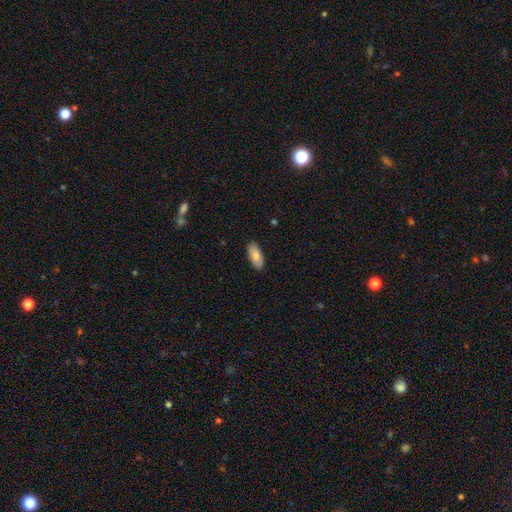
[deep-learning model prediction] A smooth galaxy with no disk features (81%) that is in between round and cigar-shaped (88%).

Vote fractions:
- Smooth or featured? smooth: 81% / featured or disk: 13% / star or artifact: 6%
- How rounded? in between: 88% / cigar-shaped: 11% / round: 2%
- Merging? none: 88% / minor disturbance: 10% / major disturbance: 2% / merger: 1%